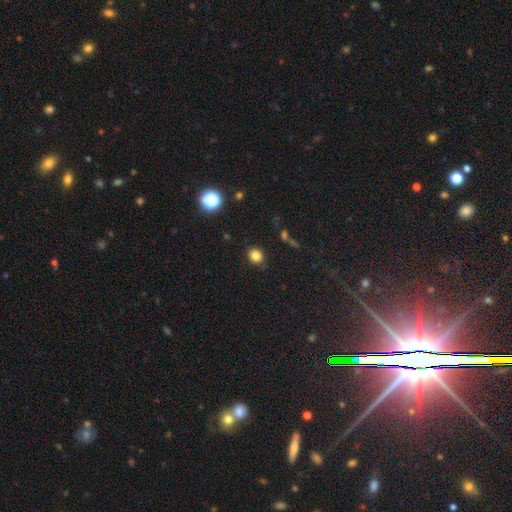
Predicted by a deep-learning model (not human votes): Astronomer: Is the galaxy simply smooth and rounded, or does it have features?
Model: smooth — 82%.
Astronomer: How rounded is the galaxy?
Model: round — 73%.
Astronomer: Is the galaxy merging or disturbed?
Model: none — 86%.